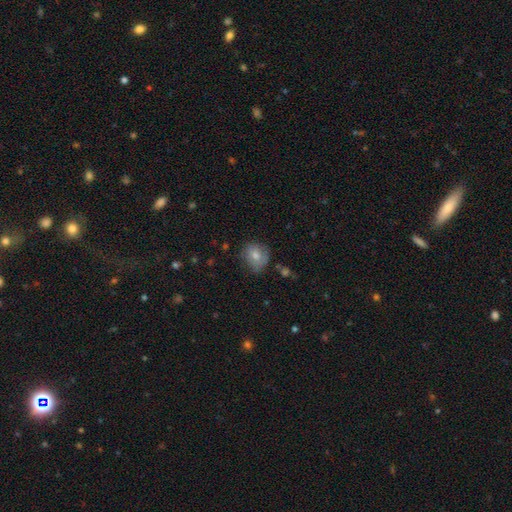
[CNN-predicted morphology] This appears to be a smooth galaxy with no disk features (75%) that is round (64%). Merging: none (61%).